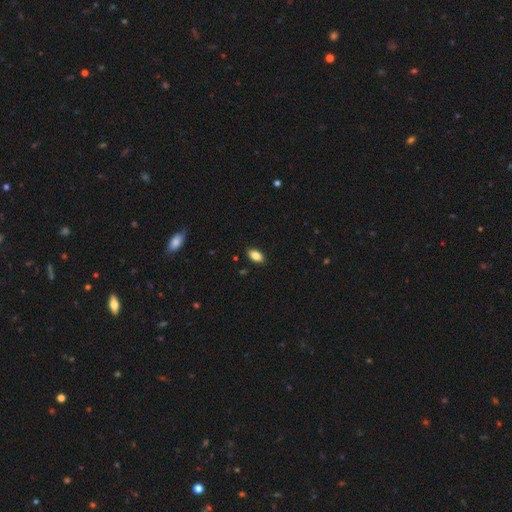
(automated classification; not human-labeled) Overall: smooth (85%). How rounded: in between (92%). Merging: none (89%).